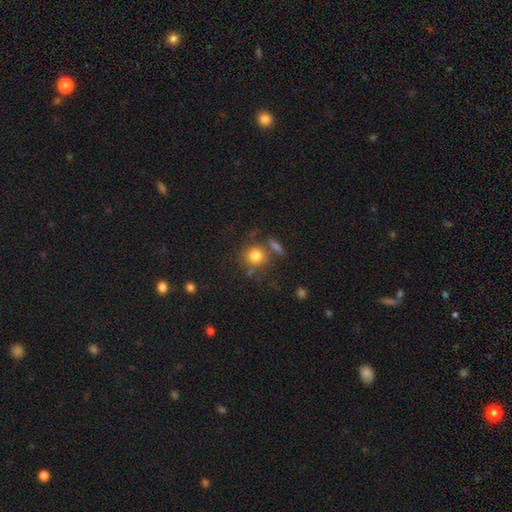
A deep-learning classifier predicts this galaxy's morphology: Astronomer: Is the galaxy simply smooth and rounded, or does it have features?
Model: smooth — 79%.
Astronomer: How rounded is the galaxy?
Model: round — 86%.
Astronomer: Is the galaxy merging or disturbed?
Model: none — 66%.